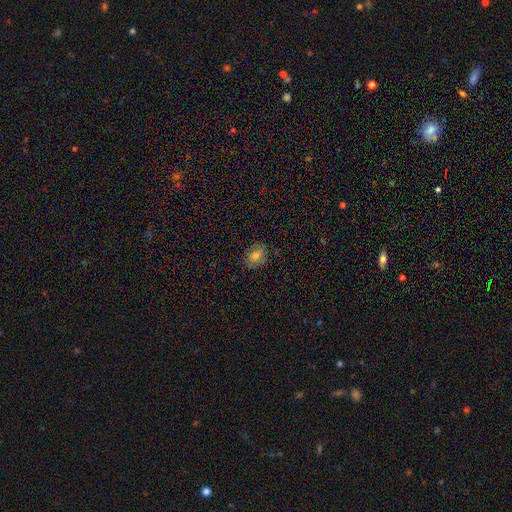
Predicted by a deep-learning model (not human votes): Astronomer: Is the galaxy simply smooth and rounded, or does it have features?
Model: smooth — 69%.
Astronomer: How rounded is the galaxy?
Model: in between — 72%.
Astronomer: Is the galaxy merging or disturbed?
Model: none — 81%.